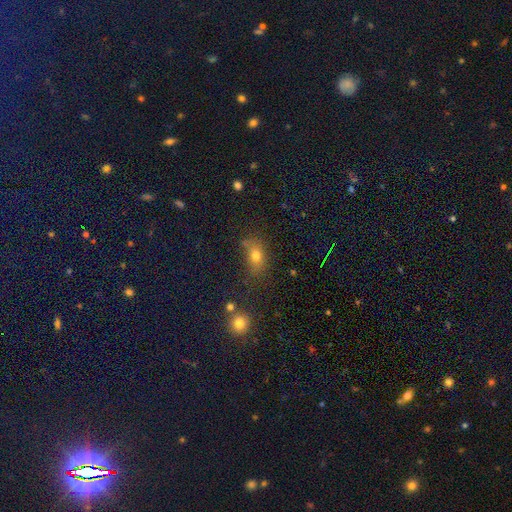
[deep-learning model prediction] A smooth galaxy with no disk features (71%) that is in between round and cigar-shaped (68%).

Vote fractions:
- Smooth or featured? smooth: 71% / star or artifact: 19% / featured or disk: 10%
- How rounded? in between: 68% / round: 28% / cigar-shaped: 4%
- Merging? none: 66% / minor disturbance: 20% / major disturbance: 7% / merger: 7%